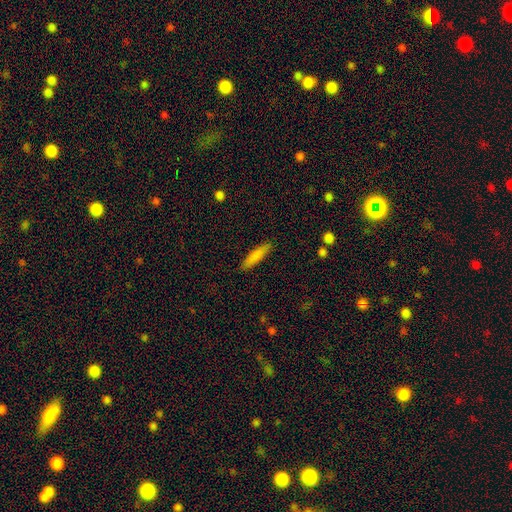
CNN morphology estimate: A smooth galaxy with no disk features (82%) that is cigar-shaped (82%).

Vote fractions:
- Smooth or featured? smooth: 82% / featured or disk: 12% / star or artifact: 6%
- How rounded? cigar-shaped: 82% / in between: 17% / round: 1%
- Merging? none: 89% / minor disturbance: 8% / major disturbance: 2% / merger: 1%